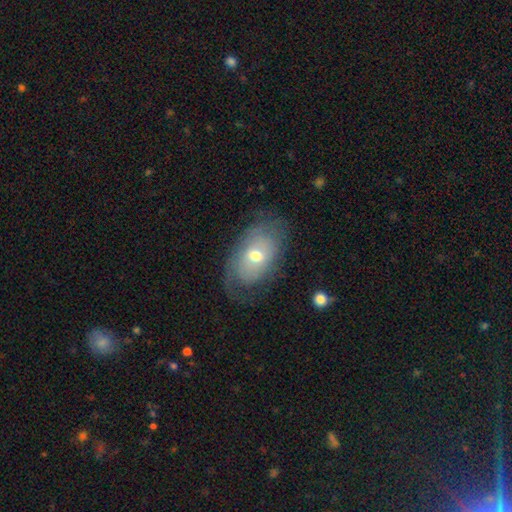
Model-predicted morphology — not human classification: Smooth or featured?
  - featured or disk: 48% *
  - smooth: 44%
  - star or artifact: 8%
Merging?
  - none: 63% *
  - minor disturbance: 21%
  - major disturbance: 15%
  - merger: 2%